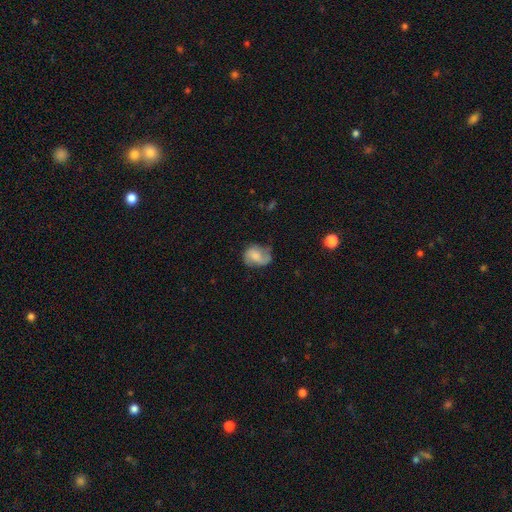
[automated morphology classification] A featured or disk galaxy (52%) with no bar (51%), spiral arms (84%) and a moderate central bulge (32%).

Vote fractions:
- Smooth or featured? featured or disk: 52% / smooth: 40% / star or artifact: 9%
- Edge-on disk? no: 97% / yes: 3%
- Bar? no: 51% / weak: 38% / strong: 10%
- Spiral arms? yes: 84% / no: 16%
- Bulge size? moderate: 32% / none: 27% / small: 23% / large: 15% / dominant: 3%
- Merging? none: 50% / minor disturbance: 30% / major disturbance: 18% / merger: 3%